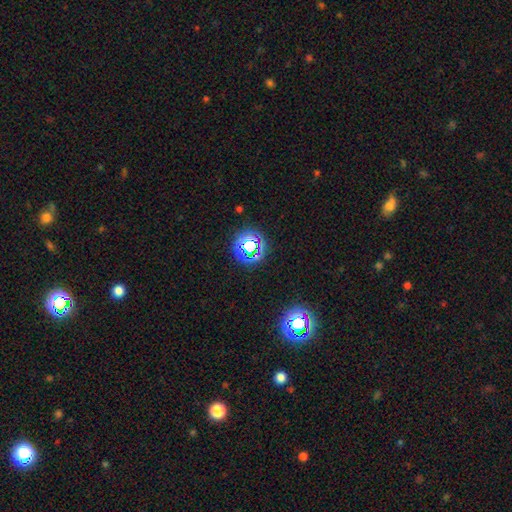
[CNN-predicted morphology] smooth-or-featured: star or artifact: 68% | smooth: 22% | featured or disk: 10%